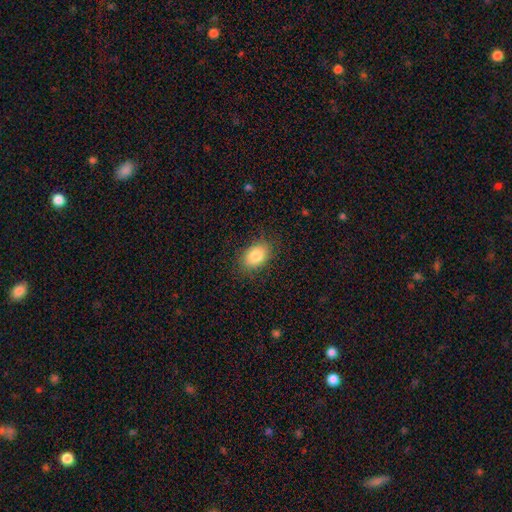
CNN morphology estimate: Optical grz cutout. It shows a smooth galaxy with no disk features (84%) that is in between round and cigar-shaped (83%). Merging: none (82%).